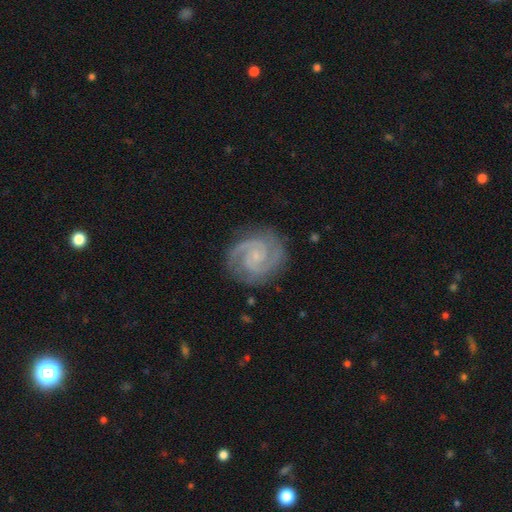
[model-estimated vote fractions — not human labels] Smooth or featured? featured or disk (92%)
Edge-on disk? no (98%)
Bar? no (62%)
Spiral arms? yes (99%)
Spiral winding? tight (55%)
Spiral arm count? 2 (86%)
Bulge size? small (74%)
Merging? none (84%)